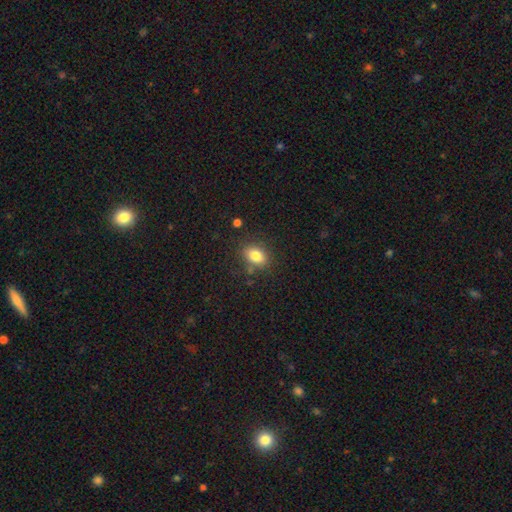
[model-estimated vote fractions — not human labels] This is clearly a smooth galaxy (82%). How rounded: likely in between (72%). Merging: clearly none (80%).